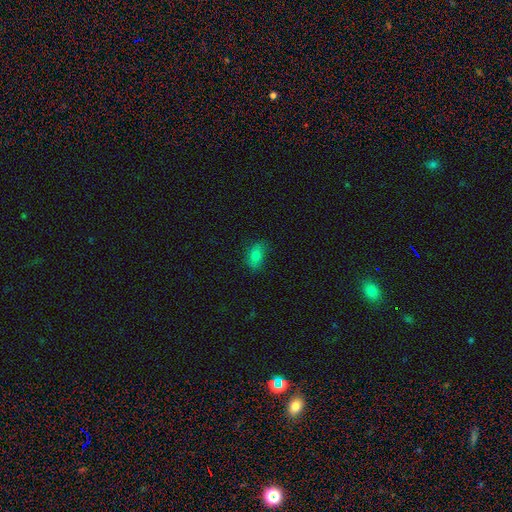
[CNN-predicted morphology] smooth_or_featured: smooth (p=0.77) [alt: star or artifact p=0.12]
how_rounded: in between (p=0.82) [alt: round p=0.15]
merging: none (p=0.76) [alt: minor disturbance p=0.19]